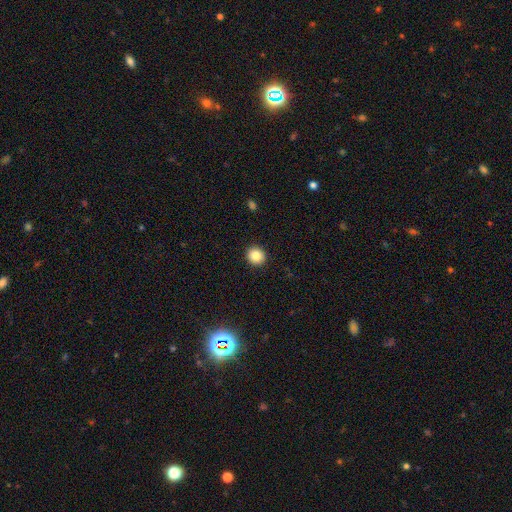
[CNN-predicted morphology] smooth-or-featured: smooth: 85% | star or artifact: 10% | featured or disk: 5%
  how-rounded: round: 89% | in between: 10% | cigar-shaped: 1%
  merging: none: 93% | minor disturbance: 5% | major disturbance: 2% | merger: 1%